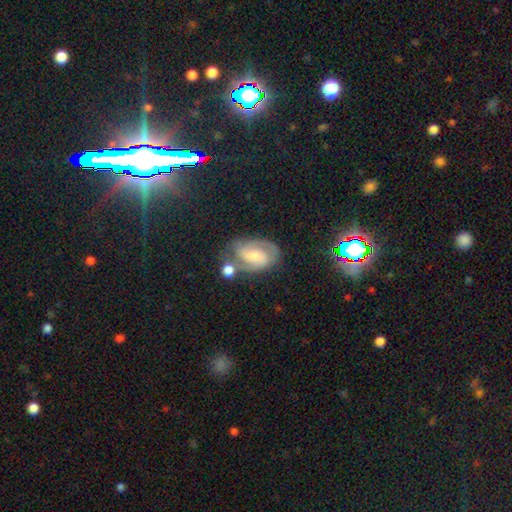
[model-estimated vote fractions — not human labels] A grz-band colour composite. It shows a featured or disk galaxy (72%) with a weak bar (49%), 2 (78%) medium (48%) spiral arms (93%) and a small central bulge (52%). Merging: none (61%).